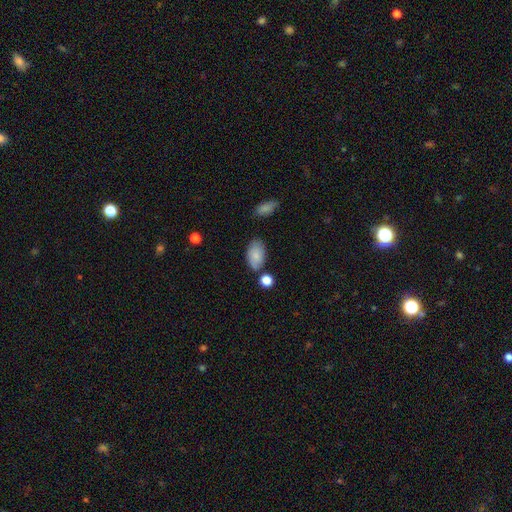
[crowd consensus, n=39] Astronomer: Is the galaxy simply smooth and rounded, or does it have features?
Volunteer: smooth — 82%.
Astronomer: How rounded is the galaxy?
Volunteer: in between — 88%.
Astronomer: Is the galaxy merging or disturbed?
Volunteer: none — 58%.